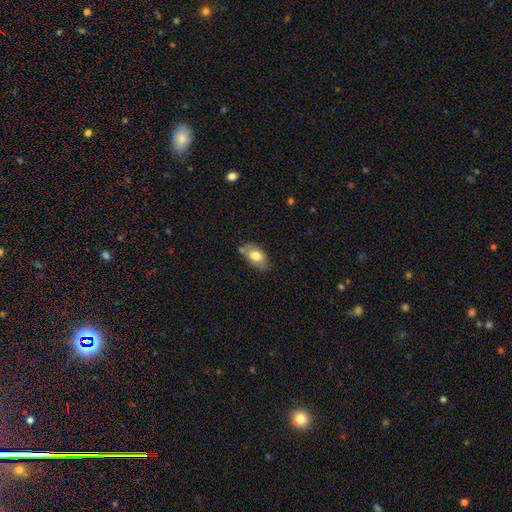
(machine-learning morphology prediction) smooth-or-featured: smooth: 75% | featured or disk: 18% | star or artifact: 7%
  how-rounded: in between: 91% | round: 7% | cigar-shaped: 2%
  merging: none: 52% | minor disturbance: 29% | merger: 12% | major disturbance: 7%